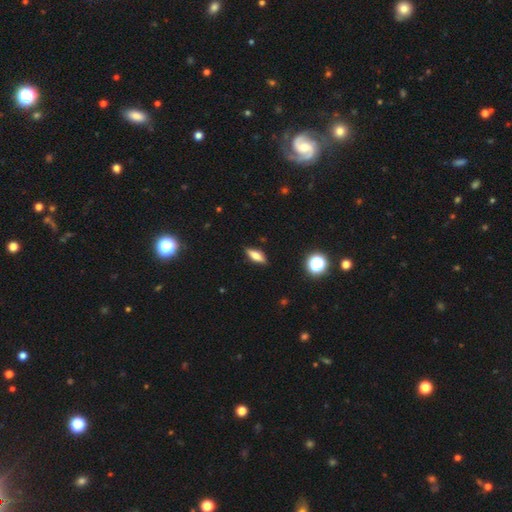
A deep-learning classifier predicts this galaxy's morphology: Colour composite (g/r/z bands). It shows a smooth galaxy with no disk features (53%) that is in between round and cigar-shaped (57%). Merging: none (86%).